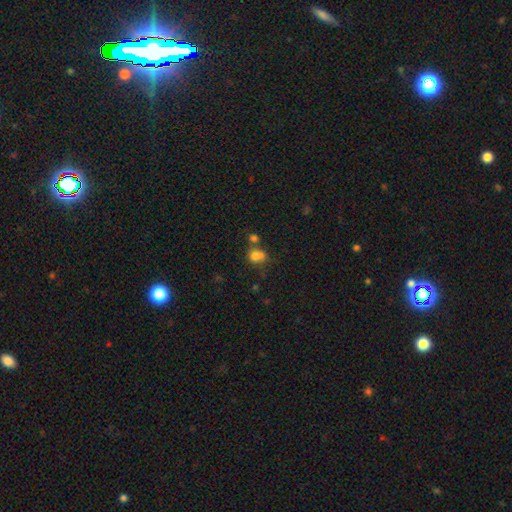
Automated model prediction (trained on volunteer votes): Smooth or featured? smooth (75%)
How rounded? round (65%)
Merging? merger (39%)